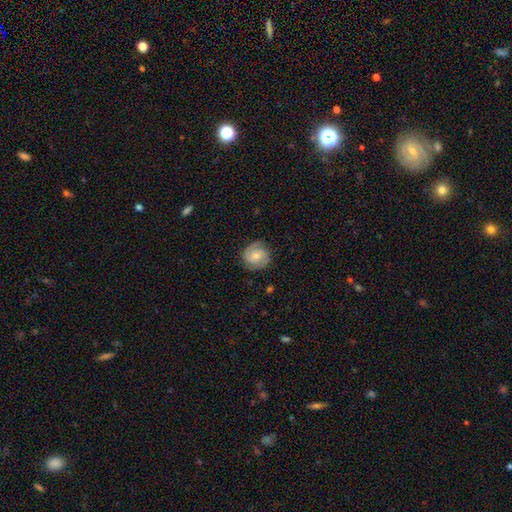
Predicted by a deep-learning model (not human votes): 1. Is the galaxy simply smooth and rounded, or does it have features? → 76% featured or disk, 18% smooth, 6% star or artifact.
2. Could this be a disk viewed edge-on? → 98% no, 2% yes.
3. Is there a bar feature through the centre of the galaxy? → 60% no, 34% weak, 6% strong.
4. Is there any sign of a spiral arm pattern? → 96% yes, 4% no.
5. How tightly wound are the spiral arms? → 54% tight, 38% medium, 8% loose.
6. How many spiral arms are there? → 86% 2, 6% can't tell, 4% 3, 2% 1, 1% 4, 1% more than 4.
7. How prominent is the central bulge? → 49% small, 44% moderate, 4% none, 3% large, 1% dominant.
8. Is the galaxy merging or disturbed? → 83% none, 13% minor disturbance, 4% major disturbance, 1% merger.